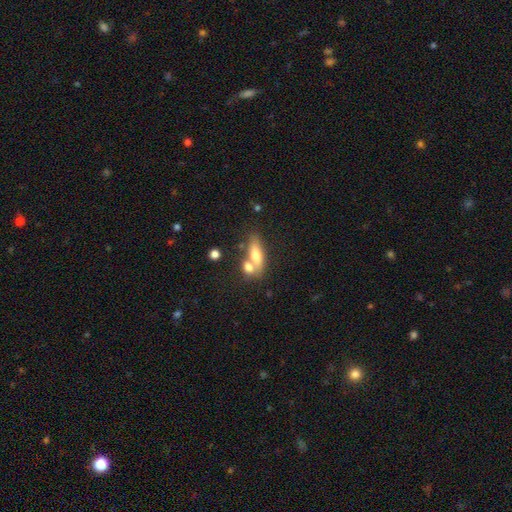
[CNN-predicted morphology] smooth_or_featured: smooth (p=0.68) [alt: featured or disk p=0.23]
how_rounded: in between (p=0.60) [alt: cigar-shaped p=0.33]
merging: merger (p=0.42) [alt: none p=0.40]